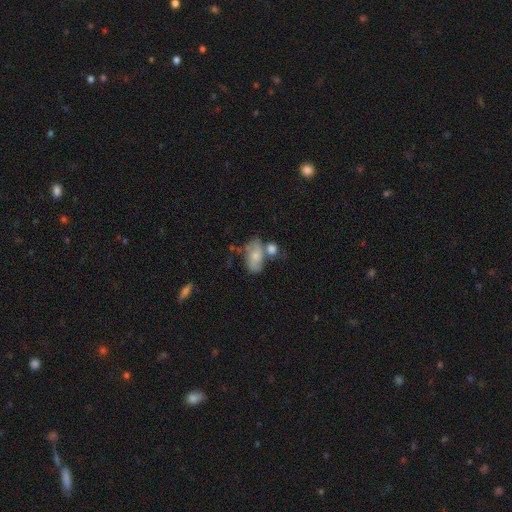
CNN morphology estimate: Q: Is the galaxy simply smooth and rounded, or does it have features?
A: smooth — 53%.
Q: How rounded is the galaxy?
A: in between — 86%.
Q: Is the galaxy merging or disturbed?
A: merger — 37%.